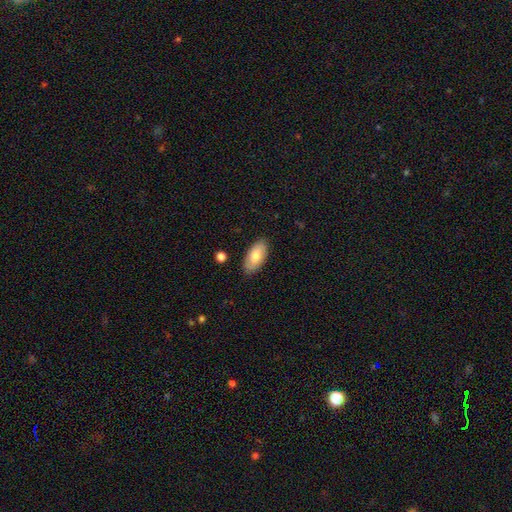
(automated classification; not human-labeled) Smooth or featured: smooth — 73% (featured or disk — 20%)
How rounded: in between — 92% (cigar-shaped — 6%)
Merging: none — 86% (minor disturbance — 10%)